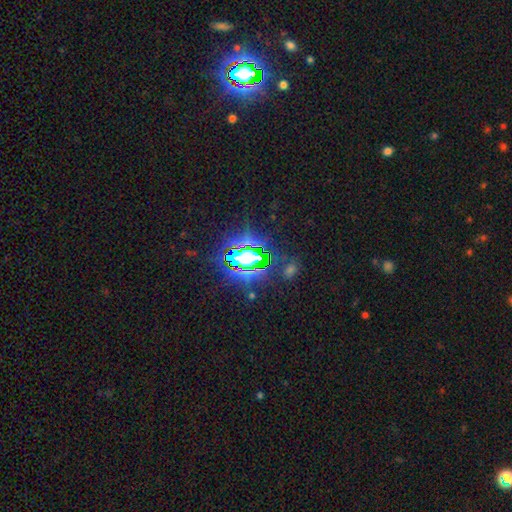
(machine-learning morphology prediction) Q: Smooth or featured?
A: star or artifact (81%); runner-up: smooth (11%)